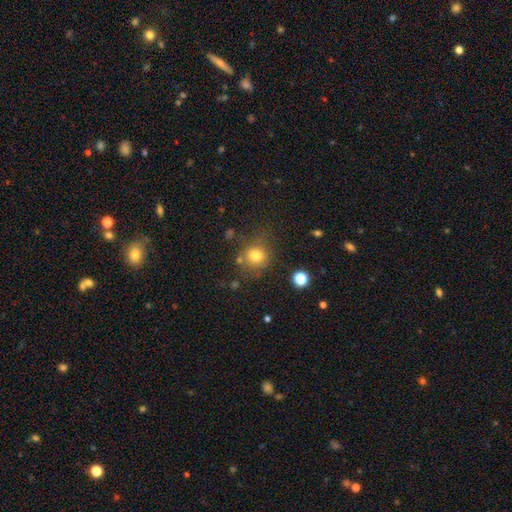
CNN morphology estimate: Q: Smooth or featured?
A: smooth (78%); runner-up: star or artifact (13%)
Q: How rounded?
A: round (83%); runner-up: in between (16%)
Q: Merging?
A: none (69%); runner-up: minor disturbance (17%)